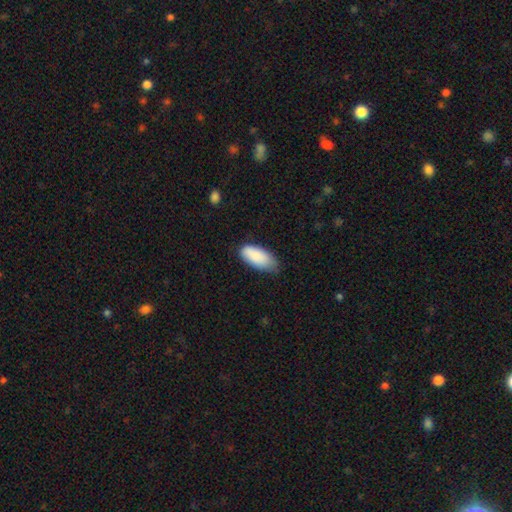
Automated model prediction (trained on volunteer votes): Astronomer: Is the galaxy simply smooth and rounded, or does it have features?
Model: smooth — 87%.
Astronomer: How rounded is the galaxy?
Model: in between — 91%.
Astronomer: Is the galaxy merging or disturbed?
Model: none — 62%.